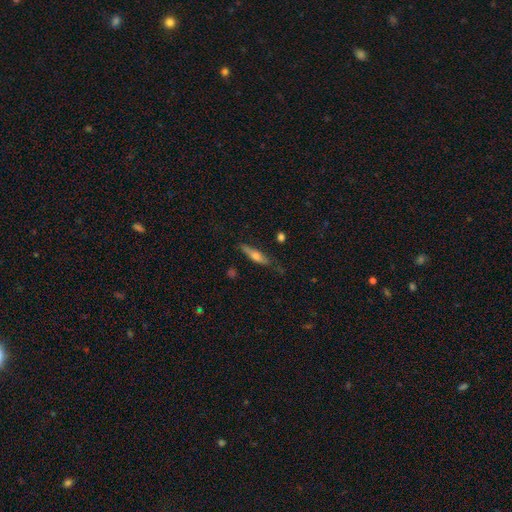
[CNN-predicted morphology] type=featured or disk (52%); edge-on=yes (89%); merging=none (75%).